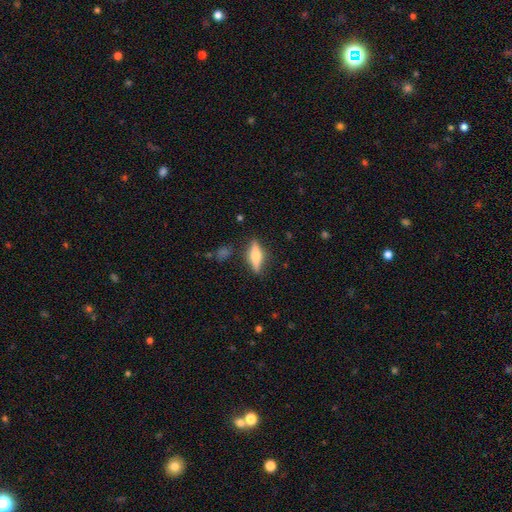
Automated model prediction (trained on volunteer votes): smooth-or-featured: smooth: 48% | featured or disk: 45% | star or artifact: 7%
  merging: none: 81% | minor disturbance: 13% | major disturbance: 4% | merger: 2%